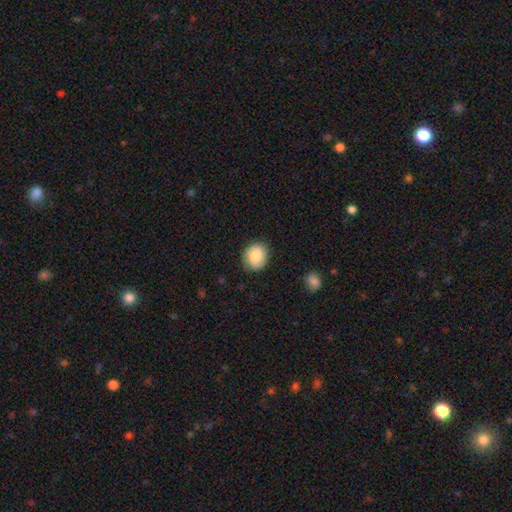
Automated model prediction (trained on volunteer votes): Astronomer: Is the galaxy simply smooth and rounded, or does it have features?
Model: smooth — 83%.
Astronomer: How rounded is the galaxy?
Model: round — 70%.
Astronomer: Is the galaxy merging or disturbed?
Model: none — 83%.